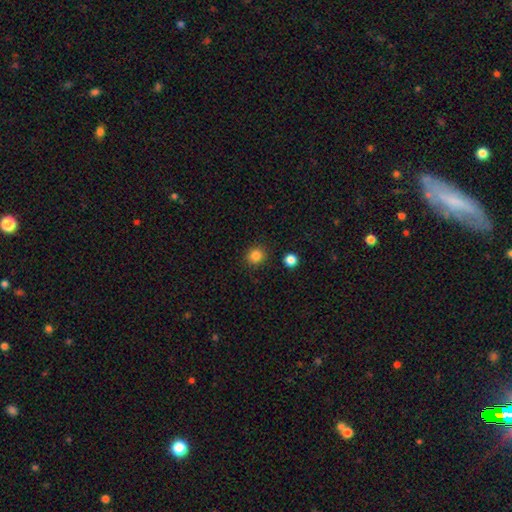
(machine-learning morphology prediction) A smooth galaxy with no disk features (84%) that is round (91%).

Vote fractions:
- Smooth or featured? smooth: 84% / star or artifact: 12% / featured or disk: 4%
- How rounded? round: 91% / in between: 9% / cigar-shaped: 1%
- Merging? none: 90% / minor disturbance: 6% / merger: 2% / major disturbance: 2%